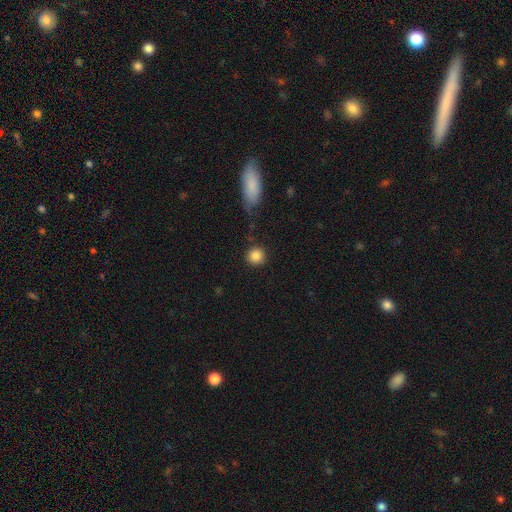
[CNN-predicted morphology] smooth 86%, star or artifact 9%, featured or disk 5%. Down the decision tree: how rounded — round (94%); merging — none (87%).